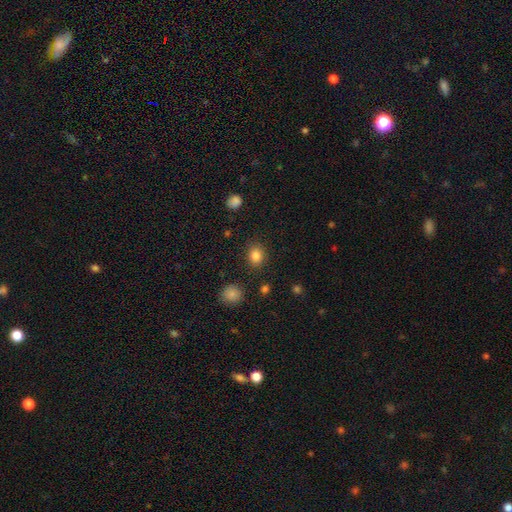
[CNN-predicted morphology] smooth-or-featured: smooth: 84% | star or artifact: 11% | featured or disk: 5%
  how-rounded: round: 63% | in between: 36% | cigar-shaped: 1%
  merging: none: 87% | minor disturbance: 8% | major disturbance: 3% | merger: 2%